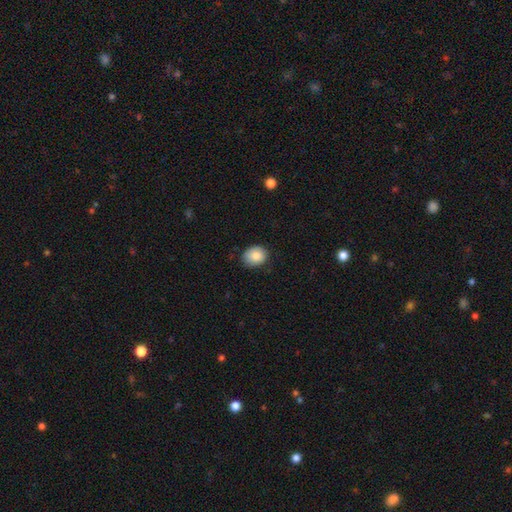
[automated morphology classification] Q: Smooth or featured?
A: smooth (85%); runner-up: star or artifact (8%)
Q: How rounded?
A: in between (51%); runner-up: round (48%)
Q: Merging?
A: none (77%); runner-up: minor disturbance (19%)